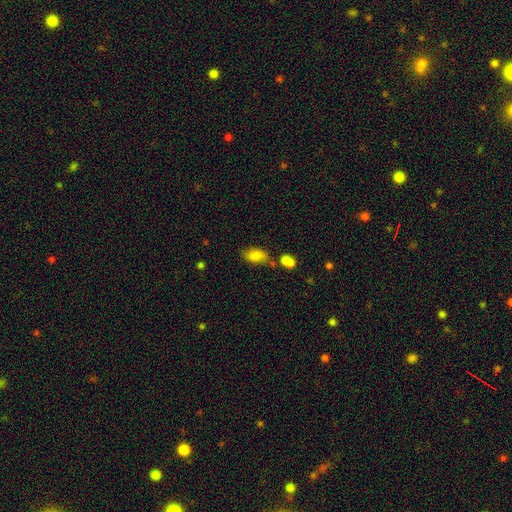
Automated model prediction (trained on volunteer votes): The model was most divided on "merging": none: 57%, merger: 20%, minor disturbance: 17%, major disturbance: 6%. More confident: how rounded — in between (91%); smooth or featured — smooth (83%).